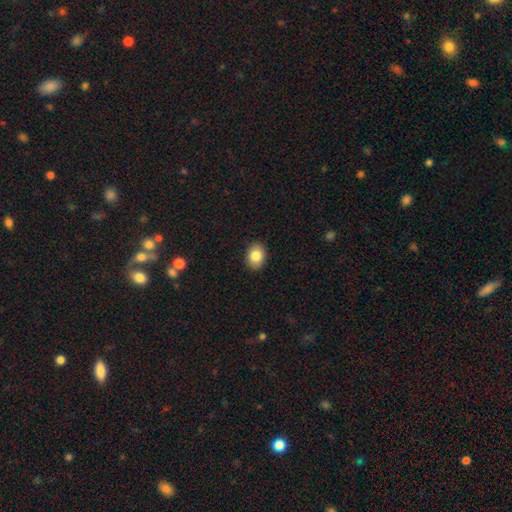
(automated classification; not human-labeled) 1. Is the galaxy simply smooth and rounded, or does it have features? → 85% smooth, 8% star or artifact, 7% featured or disk.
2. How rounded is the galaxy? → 63% in between, 36% round, 1% cigar-shaped.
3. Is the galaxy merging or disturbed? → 90% none, 8% minor disturbance, 2% major disturbance, 1% merger.